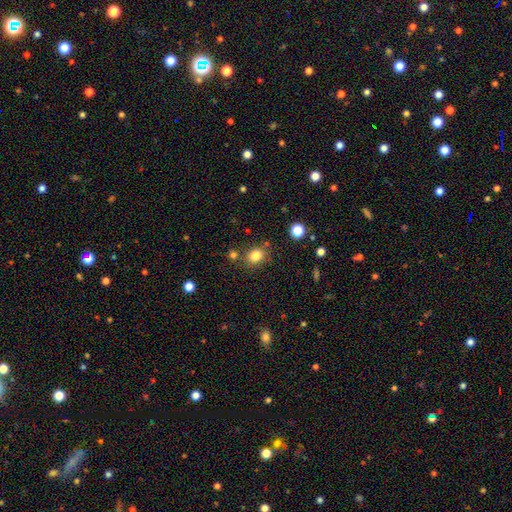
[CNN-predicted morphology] smooth 82%, star or artifact 12%, featured or disk 6%. Down the decision tree: how rounded — round (61%); merging — none (77%).